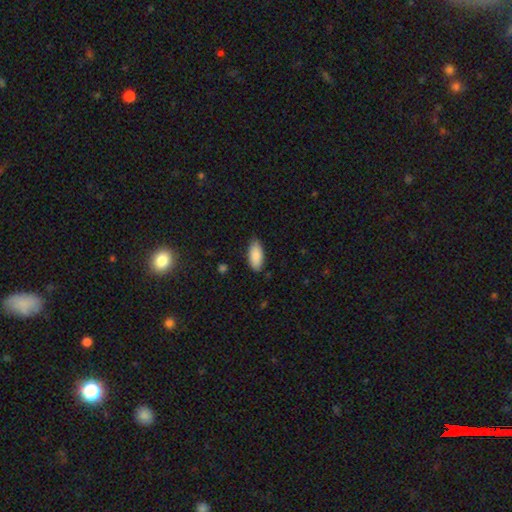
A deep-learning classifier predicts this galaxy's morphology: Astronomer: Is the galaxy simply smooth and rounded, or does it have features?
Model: smooth — 89%.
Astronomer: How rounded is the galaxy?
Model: in between — 88%.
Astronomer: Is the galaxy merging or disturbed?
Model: none — 84%.